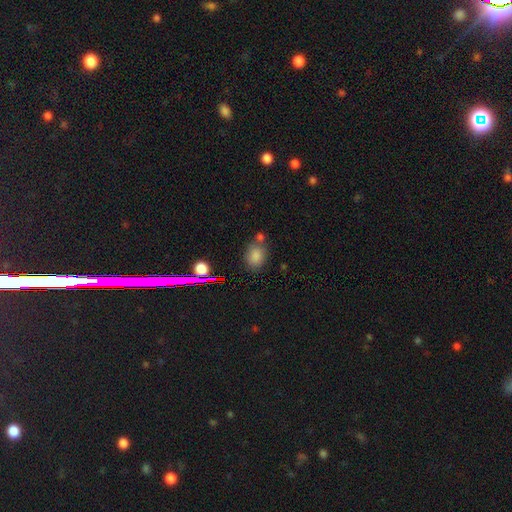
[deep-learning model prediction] A smooth galaxy with no disk features (79%) that is in between round and cigar-shaped (61%).

Vote fractions:
- Smooth or featured? smooth: 79% / star or artifact: 14% / featured or disk: 7%
- How rounded? in between: 61% / round: 38% / cigar-shaped: 1%
- Merging? none: 62% / merger: 18% / minor disturbance: 15% / major disturbance: 4%